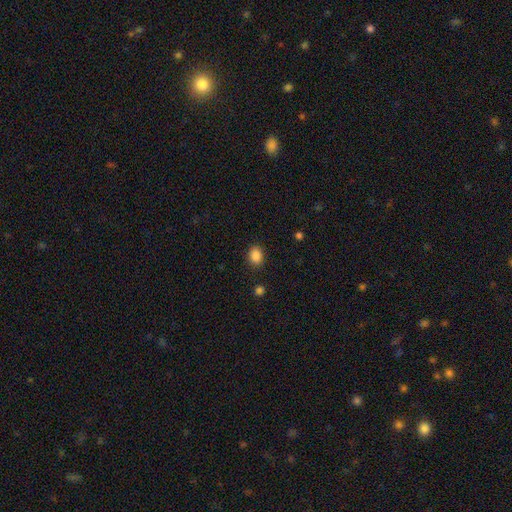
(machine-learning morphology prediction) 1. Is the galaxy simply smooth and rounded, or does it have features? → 87% smooth, 10% star or artifact, 3% featured or disk.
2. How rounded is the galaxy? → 54% in between, 45% round, 1% cigar-shaped.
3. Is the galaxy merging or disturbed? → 88% none, 8% minor disturbance, 3% major disturbance, 2% merger.